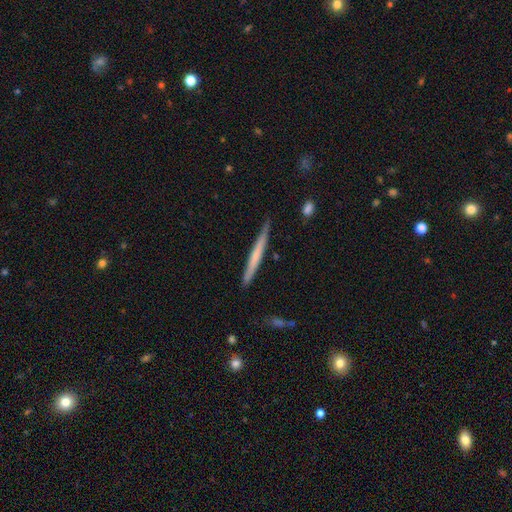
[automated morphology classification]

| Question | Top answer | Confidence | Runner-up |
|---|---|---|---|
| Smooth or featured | smooth | 52% | featured or disk (42%) |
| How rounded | cigar-shaped | 97% | in between (2%) |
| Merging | none | 86% | minor disturbance (11%) |